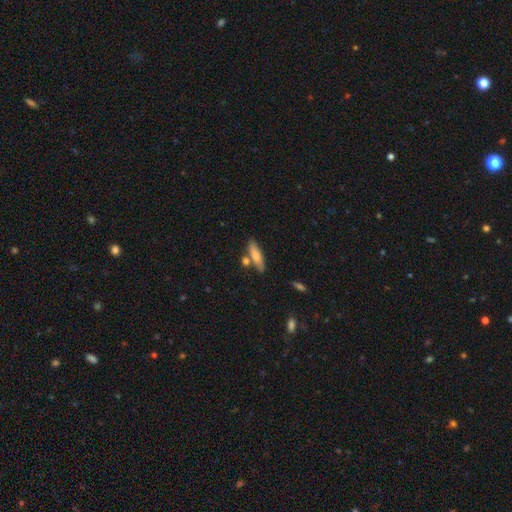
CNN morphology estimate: Smooth or featured: smooth — 71% (featured or disk — 22%)
How rounded: cigar-shaped — 61% (in between — 36%)
Merging: none — 72% (minor disturbance — 13%)